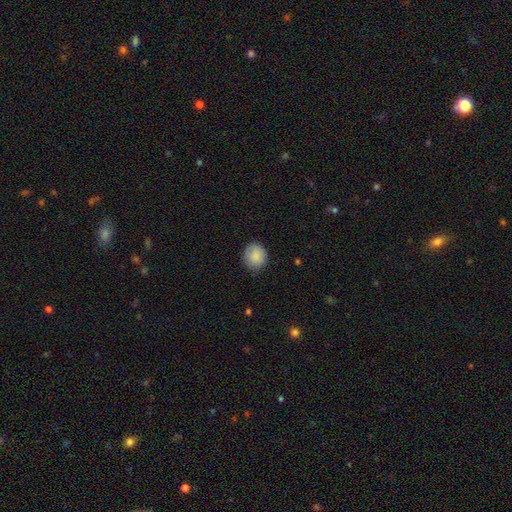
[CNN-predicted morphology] This appears to be a smooth galaxy with no disk features (87%) that is round (78%). Merging: none (78%).